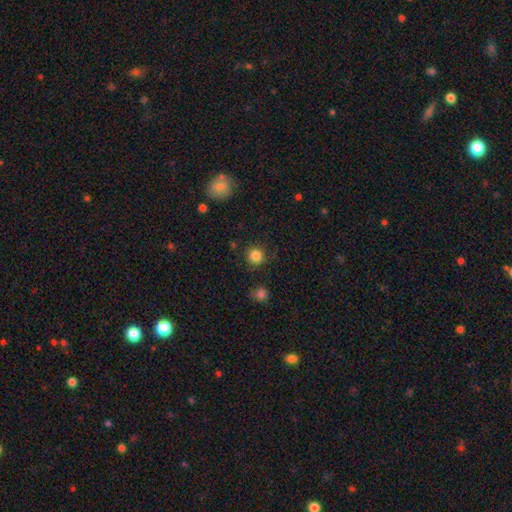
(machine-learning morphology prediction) This appears to be a smooth galaxy with no disk features (84%) that is round (92%). Merging: none (85%).